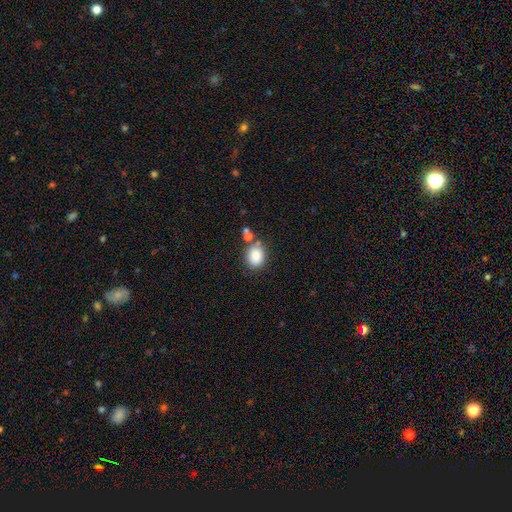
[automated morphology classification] Overall: smooth (85%). How rounded: in between (58%; round 41%). Merging: none (67%).